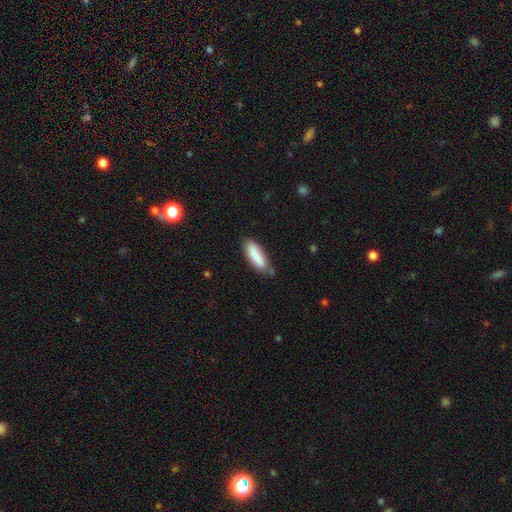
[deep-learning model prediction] Smooth or featured?
  - smooth: 86% *
  - featured or disk: 8%
  - star or artifact: 6%
How rounded?
  - in between: 50% *
  - cigar-shaped: 48%
  - round: 1%
Merging?
  - none: 72% *
  - minor disturbance: 20%
  - merger: 4%
  - major disturbance: 4%